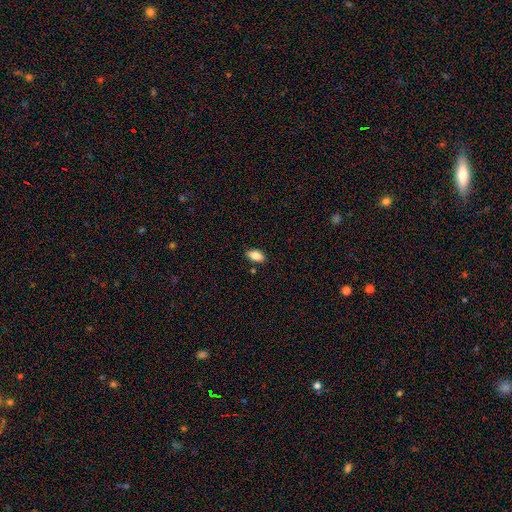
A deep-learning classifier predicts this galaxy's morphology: smooth 84%, featured or disk 8%, star or artifact 8%. Down the decision tree: how rounded — in between (90%); merging — none (84%).